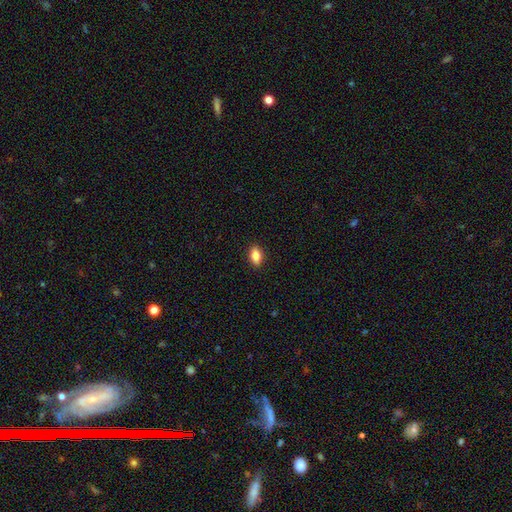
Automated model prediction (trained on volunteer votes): Smooth or featured: smooth — 86% (star or artifact — 8%)
How rounded: in between — 88% (round — 7%)
Merging: none — 90% (minor disturbance — 7%)